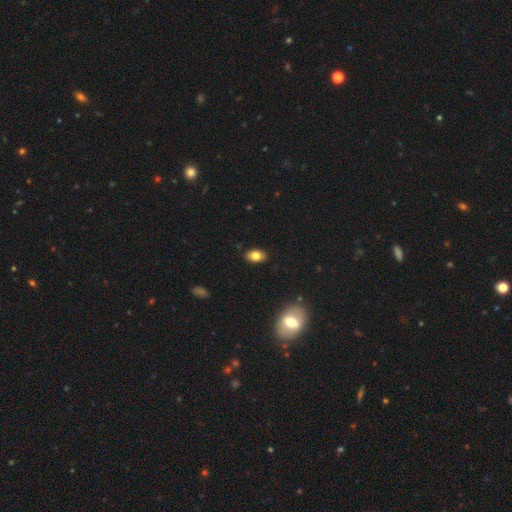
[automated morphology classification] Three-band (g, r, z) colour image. It shows a smooth galaxy with no disk features (79%) that is in between round and cigar-shaped (86%). Merging: none (87%).